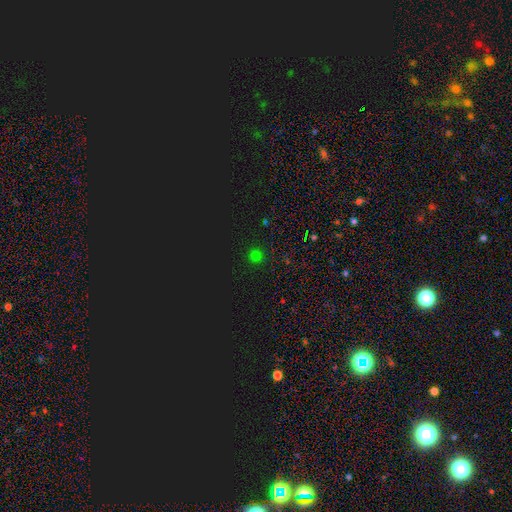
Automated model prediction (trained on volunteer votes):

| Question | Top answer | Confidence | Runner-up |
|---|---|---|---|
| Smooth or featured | smooth | 63% | star or artifact (33%) |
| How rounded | round | 93% | in between (6%) |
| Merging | none | 91% | minor disturbance (6%) |